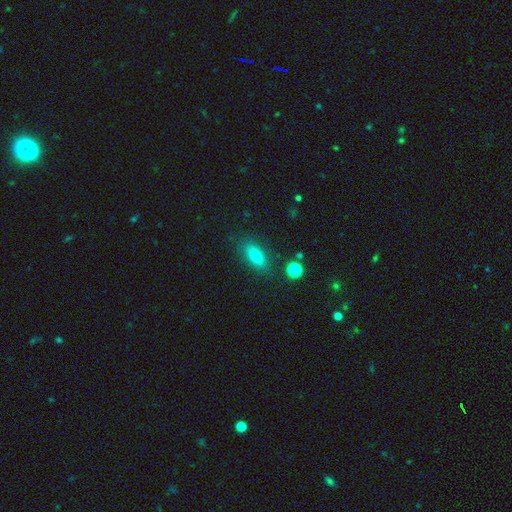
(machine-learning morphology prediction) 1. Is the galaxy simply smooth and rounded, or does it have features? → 80% smooth, 10% featured or disk, 10% star or artifact.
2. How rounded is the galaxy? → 79% in between, 16% cigar-shaped, 6% round.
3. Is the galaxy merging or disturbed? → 82% none, 11% minor disturbance, 4% major disturbance, 3% merger.